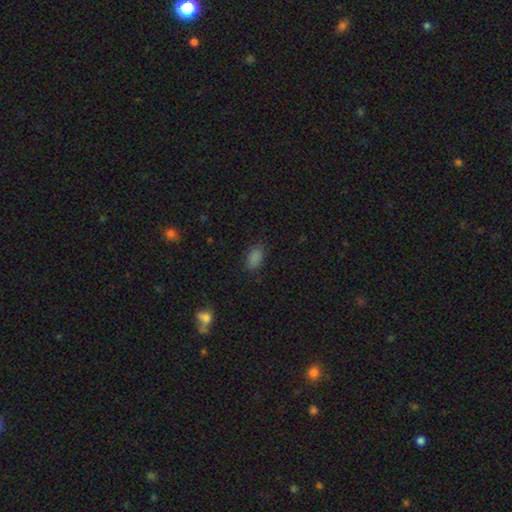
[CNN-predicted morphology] type=smooth (83%); roundness=in between (89%); merging=none (82%).